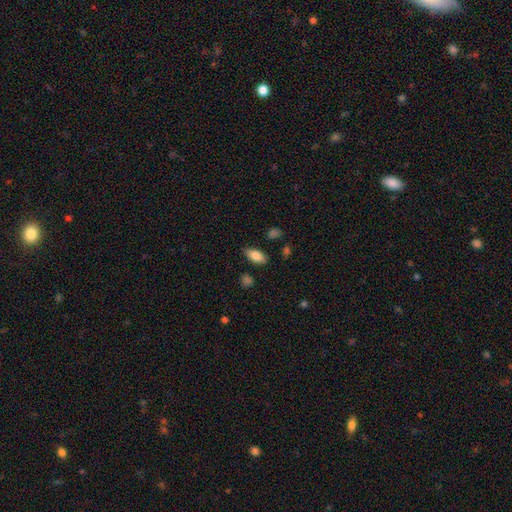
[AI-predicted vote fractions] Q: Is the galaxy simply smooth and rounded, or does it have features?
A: smooth — 81%.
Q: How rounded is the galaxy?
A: in between — 90%.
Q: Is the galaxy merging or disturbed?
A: none — 82%.